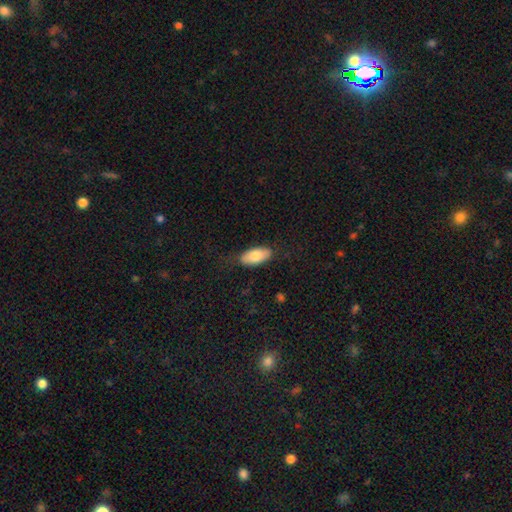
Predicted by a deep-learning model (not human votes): A smooth galaxy with no disk features (78%) that is in between round and cigar-shaped (90%).

Vote fractions:
- Smooth or featured? smooth: 78% / featured or disk: 16% / star or artifact: 6%
- How rounded? in between: 90% / cigar-shaped: 7% / round: 2%
- Merging? none: 79% / minor disturbance: 16% / major disturbance: 4% / merger: 1%